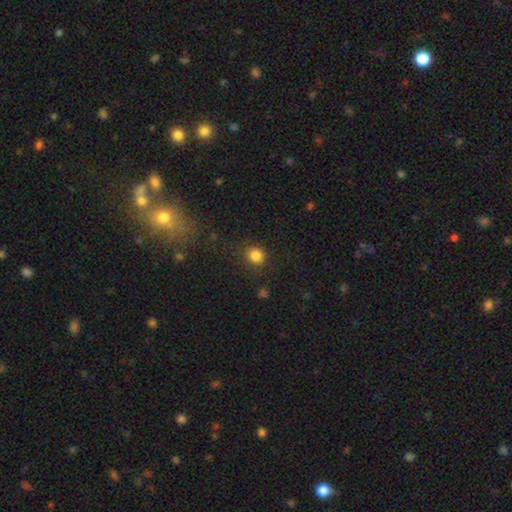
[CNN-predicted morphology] Smooth or featured: smooth — 84% (star or artifact — 12%)
How rounded: round — 90% (in between — 9%)
Merging: none — 86% (minor disturbance — 8%)